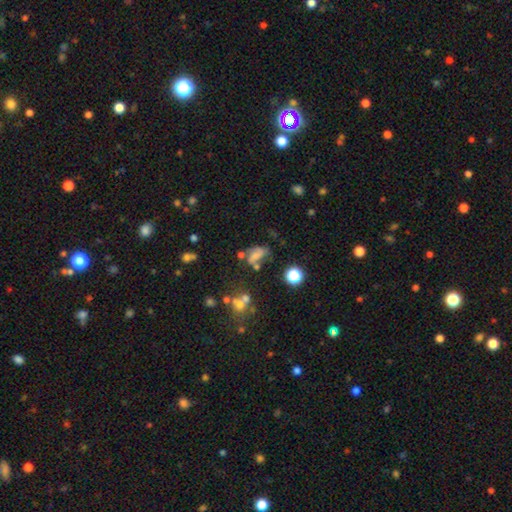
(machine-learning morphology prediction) A smooth galaxy with no disk features (42%). Merging: none (36%).